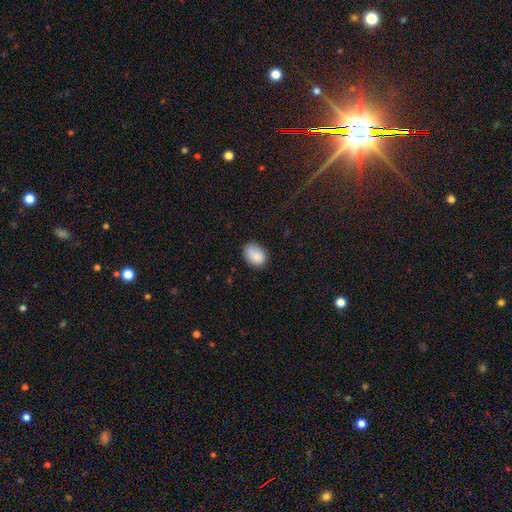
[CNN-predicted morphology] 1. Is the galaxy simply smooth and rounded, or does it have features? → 87% smooth, 8% star or artifact, 5% featured or disk.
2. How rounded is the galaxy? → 75% in between, 24% round, 1% cigar-shaped.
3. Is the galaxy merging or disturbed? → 75% none, 20% minor disturbance, 4% major disturbance, 1% merger.